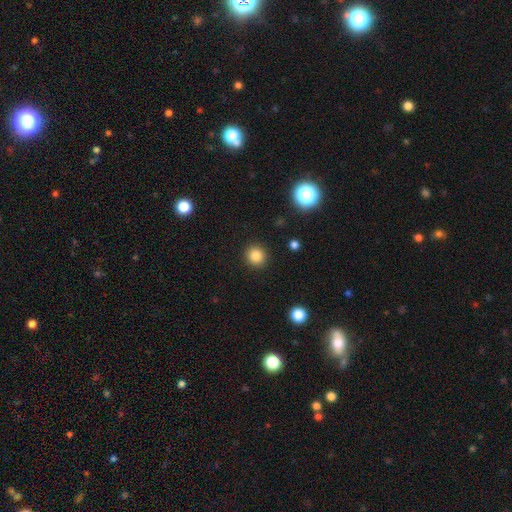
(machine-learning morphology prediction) Smooth or featured? Predicted: smooth (p=0.84). How rounded? Predicted: round (p=0.91). Merging? Predicted: none (p=0.91).